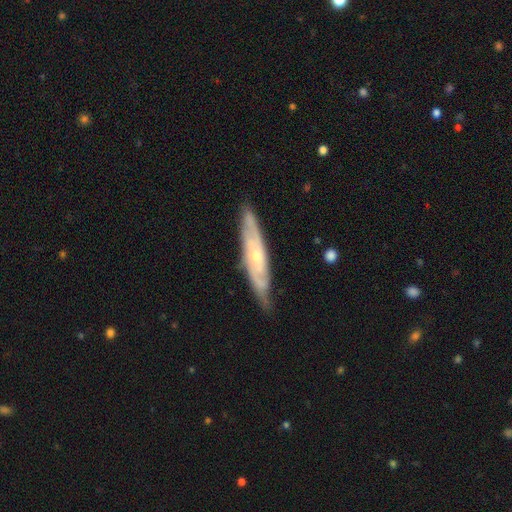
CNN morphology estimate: A featured or disk galaxy (73%).

Vote fractions:
- Smooth or featured? featured or disk: 73% / smooth: 22% / star or artifact: 5%
- Edge-on disk? no: 58% / yes: 42%
- Merging? none: 78% / minor disturbance: 17% / major disturbance: 3% / merger: 1%